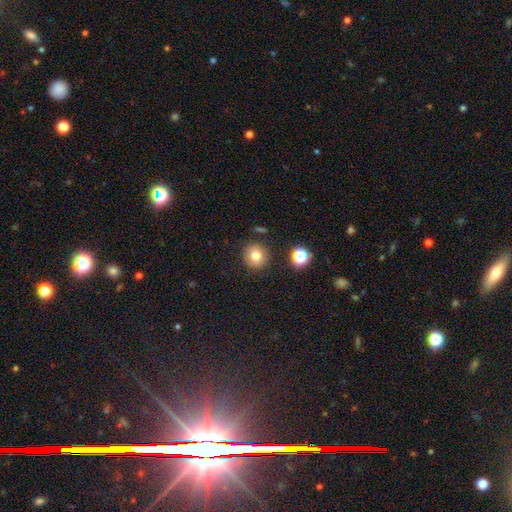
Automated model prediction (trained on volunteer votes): Smooth or featured?
  - smooth: 78% *
  - star or artifact: 13%
  - featured or disk: 9%
How rounded?
  - round: 91% *
  - in between: 8%
  - cigar-shaped: 1%
Merging?
  - none: 86% *
  - minor disturbance: 8%
  - merger: 3%
  - major disturbance: 3%